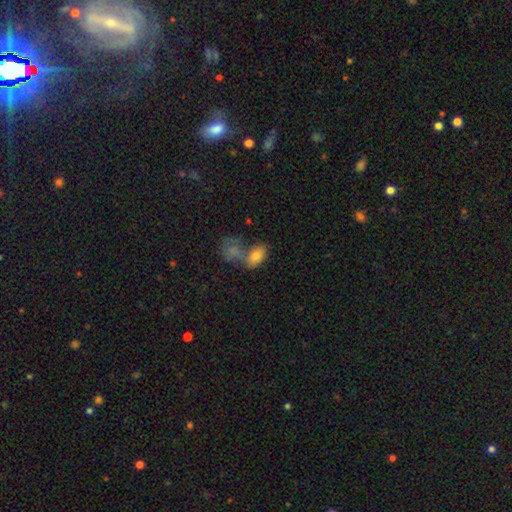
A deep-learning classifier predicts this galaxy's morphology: type=smooth (78%); roundness=in between (86%); merging=merger (48%).